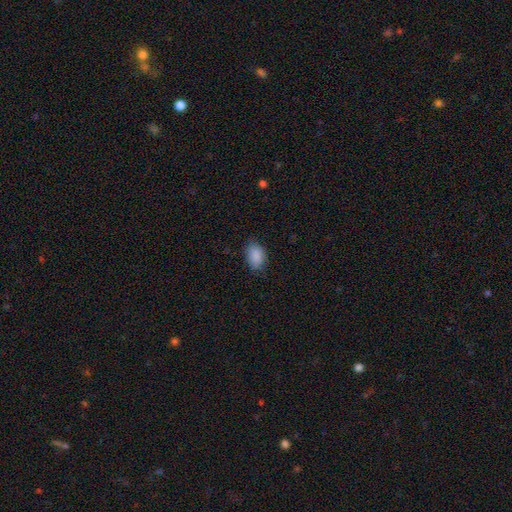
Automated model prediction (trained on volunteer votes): smooth_or_featured: smooth (p=0.89) [alt: star or artifact p=0.07]
how_rounded: in between (p=0.85) [alt: round p=0.13]
merging: none (p=0.80) [alt: minor disturbance p=0.16]